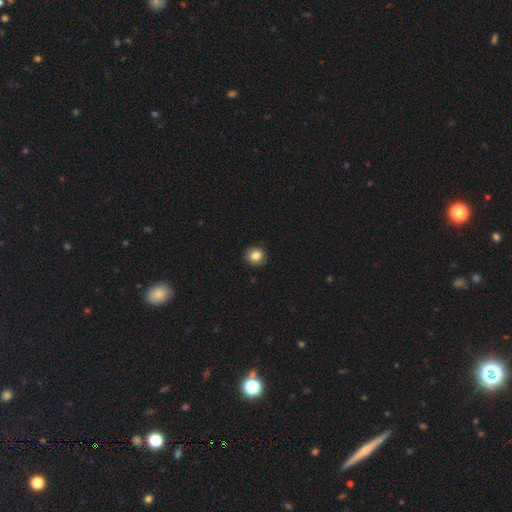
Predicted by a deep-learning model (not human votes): This is clearly a smooth galaxy (83%). How rounded: likely round (80%). Merging: clearly none (90%).